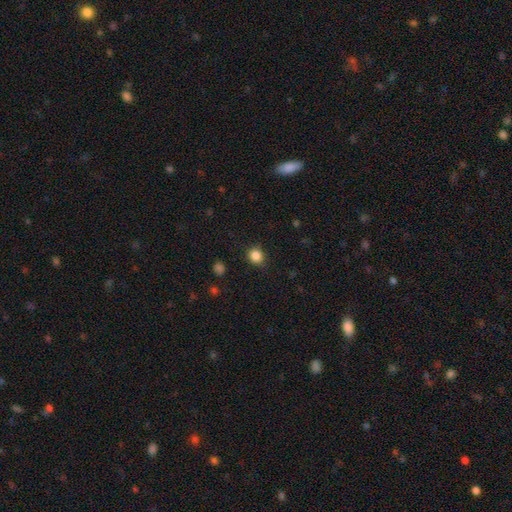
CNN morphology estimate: smooth 85%, star or artifact 11%, featured or disk 4%. Down the decision tree: how rounded — round (79%); merging — none (87%).